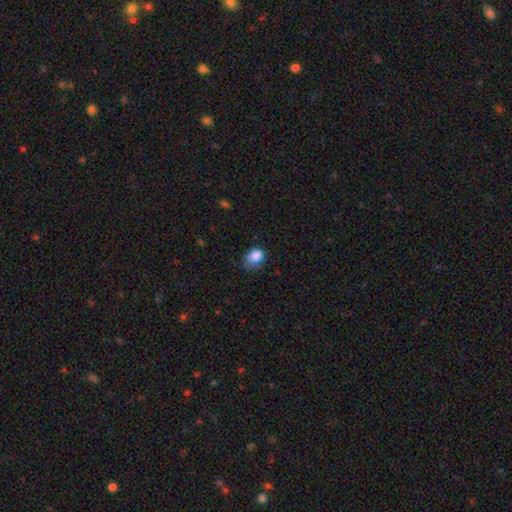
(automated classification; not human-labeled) Smooth or featured? Predicted: smooth (p=0.85). How rounded? Predicted: in between (p=0.60). Merging? Predicted: none (p=0.42).